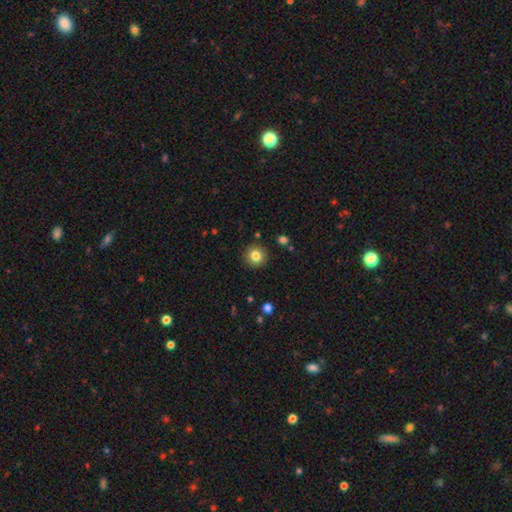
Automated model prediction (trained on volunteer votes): This is clearly a smooth galaxy (82%). How rounded: clearly round (95%). Merging: clearly none (91%).